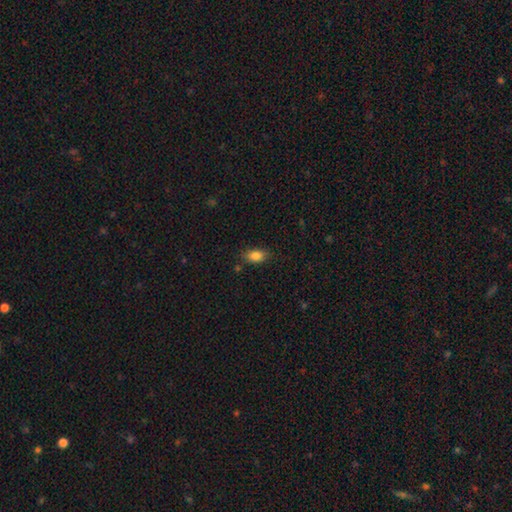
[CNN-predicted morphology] smooth-or-featured: smooth: 85% | star or artifact: 9% | featured or disk: 6%
  how-rounded: in between: 86% | round: 10% | cigar-shaped: 4%
  merging: none: 78% | minor disturbance: 16% | major disturbance: 4% | merger: 2%